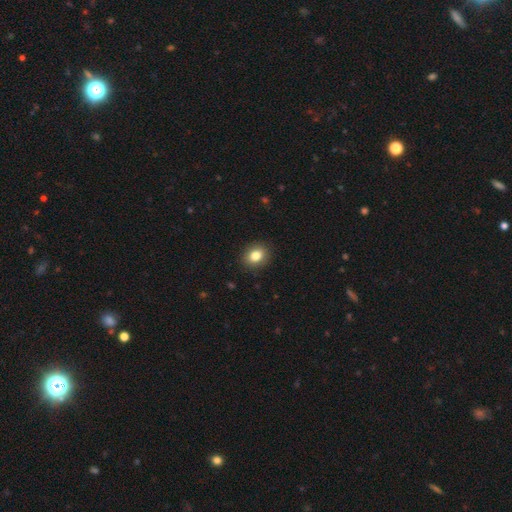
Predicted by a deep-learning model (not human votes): Smooth or featured? Predicted: smooth (p=0.83). How rounded? Predicted: round (p=0.52). Merging? Predicted: none (p=0.90).